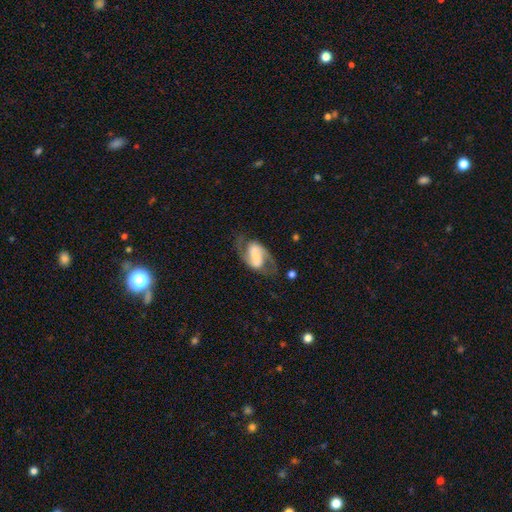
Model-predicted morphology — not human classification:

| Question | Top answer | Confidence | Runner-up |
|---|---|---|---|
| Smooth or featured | featured or disk | 81% | smooth (13%) |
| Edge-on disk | no | 97% | yes (3%) |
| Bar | strong | 42% | weak (35%) |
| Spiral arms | yes | 94% | no (6%) |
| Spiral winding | medium | 51% | loose (32%) |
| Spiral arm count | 2 | 92% | can't tell (3%) |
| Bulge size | small | 41% | moderate (27%) |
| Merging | none | 68% | minor disturbance (17%) |